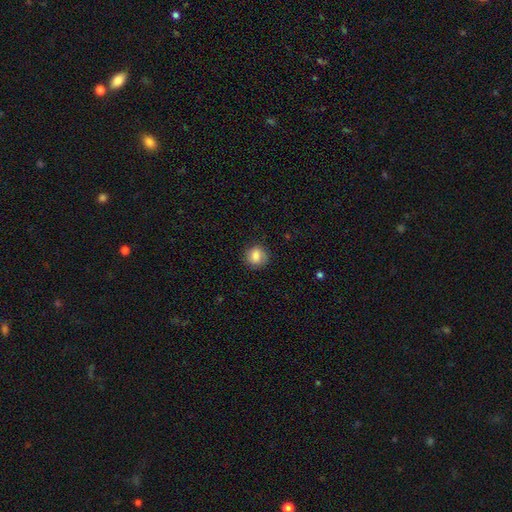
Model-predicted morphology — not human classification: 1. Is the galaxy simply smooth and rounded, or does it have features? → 81% smooth, 10% featured or disk, 9% star or artifact.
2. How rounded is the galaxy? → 82% round, 17% in between, 1% cigar-shaped.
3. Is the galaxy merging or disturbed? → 82% none, 13% minor disturbance, 4% major disturbance, 1% merger.